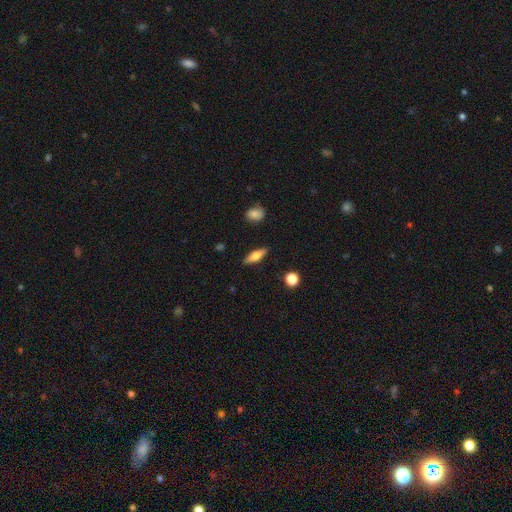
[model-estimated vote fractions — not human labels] smooth_or_featured: smooth (p=0.65) [alt: featured or disk p=0.28]
how_rounded: in between (p=0.57) [alt: cigar-shaped p=0.40]
merging: none (p=0.87) [alt: minor disturbance p=0.10]